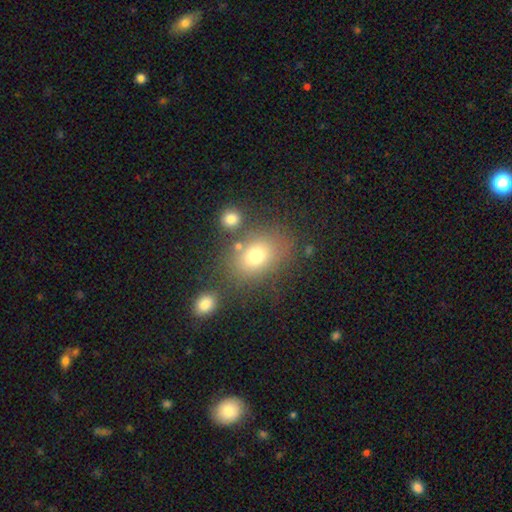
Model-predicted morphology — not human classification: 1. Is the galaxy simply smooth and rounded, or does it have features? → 75% smooth, 13% featured or disk, 12% star or artifact.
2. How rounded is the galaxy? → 69% in between, 30% round, 1% cigar-shaped.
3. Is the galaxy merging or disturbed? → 68% none, 14% minor disturbance, 12% merger, 6% major disturbance.